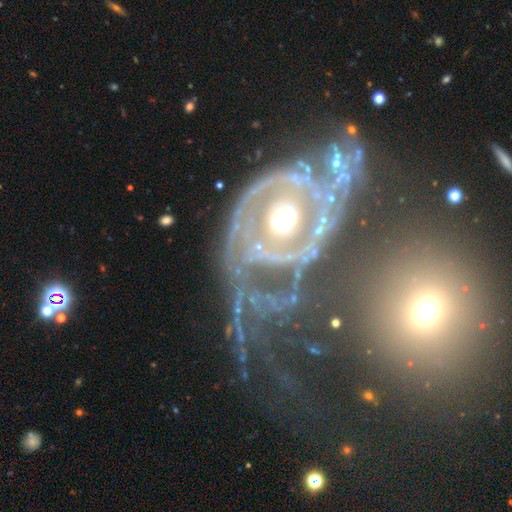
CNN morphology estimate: type=featured or disk (87%); edge-on=no (96%); bar=no (70%); spiral arms=yes (86%); winding=tight (51%); arm count=2 (38%); bulge=moderate (70%); merging=none (44%).